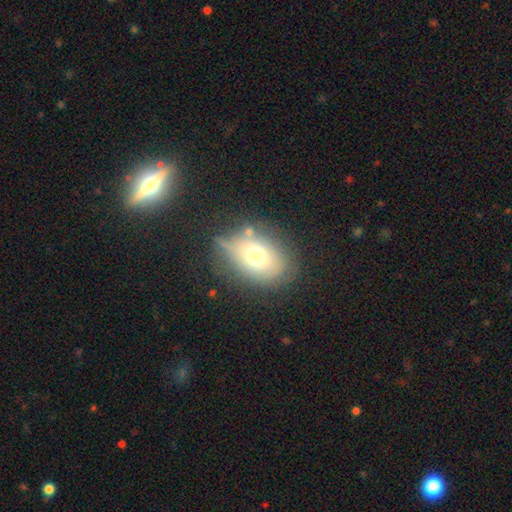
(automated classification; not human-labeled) Morphology: type=smooth (62%); roundness=in between (78%); merging=none (62%).